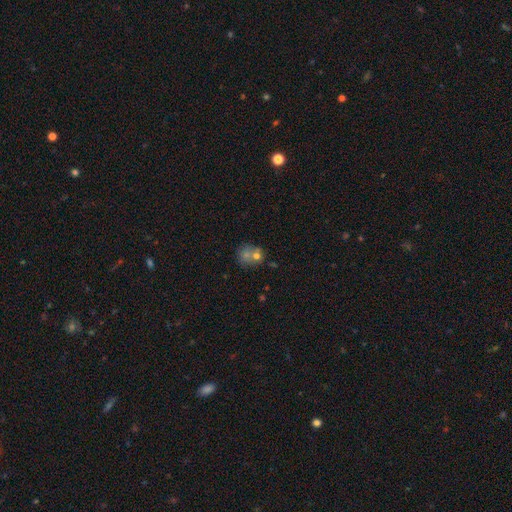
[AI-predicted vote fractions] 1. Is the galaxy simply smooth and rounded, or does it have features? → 64% smooth, 23% featured or disk, 14% star or artifact.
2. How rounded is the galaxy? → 76% round, 23% in between, 1% cigar-shaped.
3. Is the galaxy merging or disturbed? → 42% merger, 41% none, 11% minor disturbance, 6% major disturbance.